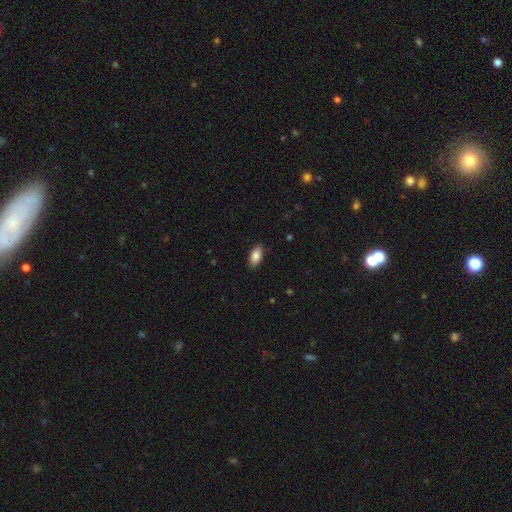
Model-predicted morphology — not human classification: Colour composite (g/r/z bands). It shows a smooth galaxy with no disk features (86%) that is in between round and cigar-shaped (90%). Merging: none (87%).